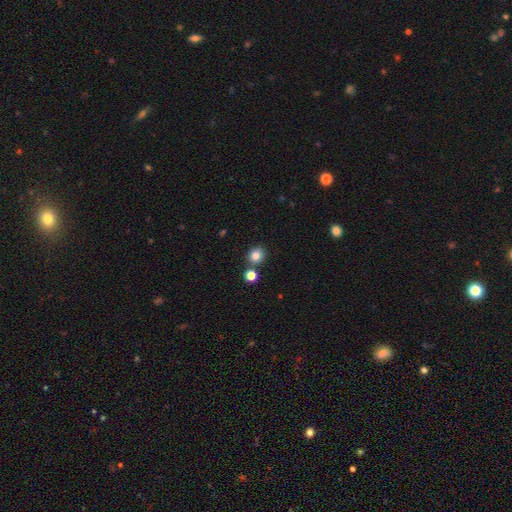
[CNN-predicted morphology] The model was most divided on "merging": none: 76%, merger: 13%, minor disturbance: 8%, major disturbance: 2%. More confident: smooth or featured — smooth (83%); how rounded — round (81%).